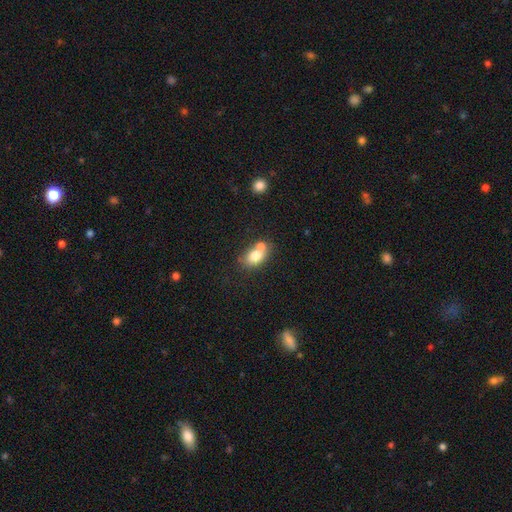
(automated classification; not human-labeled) A smooth galaxy with no disk features (73%) that is in between round and cigar-shaped (66%).

Vote fractions:
- Smooth or featured? smooth: 73% / featured or disk: 17% / star or artifact: 10%
- How rounded? in between: 66% / round: 33% / cigar-shaped: 2%
- Merging? merger: 47% / none: 38% / minor disturbance: 11% / major disturbance: 4%